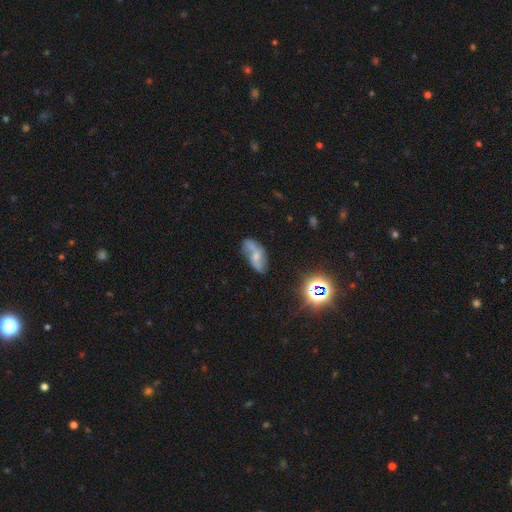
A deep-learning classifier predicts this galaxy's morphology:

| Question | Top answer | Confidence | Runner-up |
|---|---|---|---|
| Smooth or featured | featured or disk | 62% | smooth (25%) |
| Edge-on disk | no | 93% | yes (7%) |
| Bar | no | 60% | weak (31%) |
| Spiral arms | yes | 80% | no (20%) |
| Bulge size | small | 54% | moderate (35%) |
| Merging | none | 50% | minor disturbance (26%) |